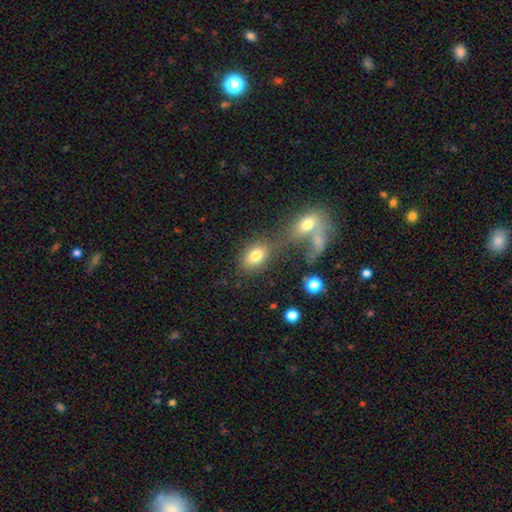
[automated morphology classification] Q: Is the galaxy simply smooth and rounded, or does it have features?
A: smooth — 77%.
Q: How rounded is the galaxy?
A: in between — 80%.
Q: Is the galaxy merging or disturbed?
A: none — 57%.